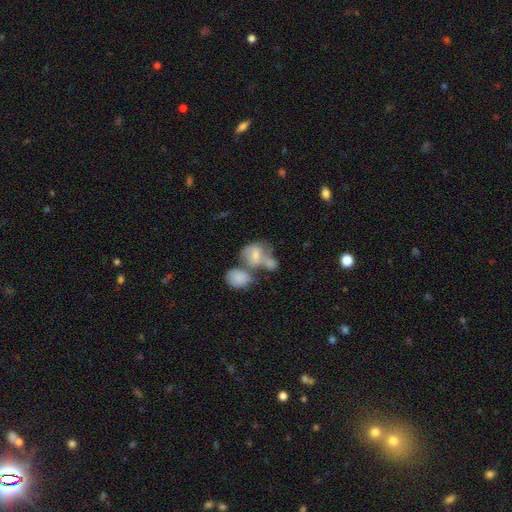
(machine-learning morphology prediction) smooth 45%, featured or disk 43%, star or artifact 12%. Down the decision tree: merging — merger (56%).